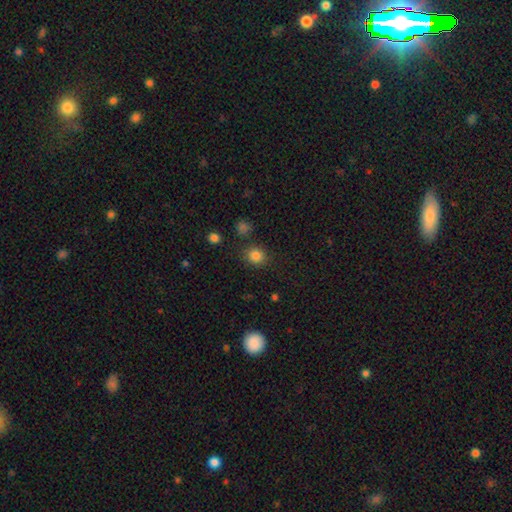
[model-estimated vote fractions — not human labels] This is clearly a smooth galaxy (83%). How rounded: clearly round (82%). Merging: clearly none (82%).